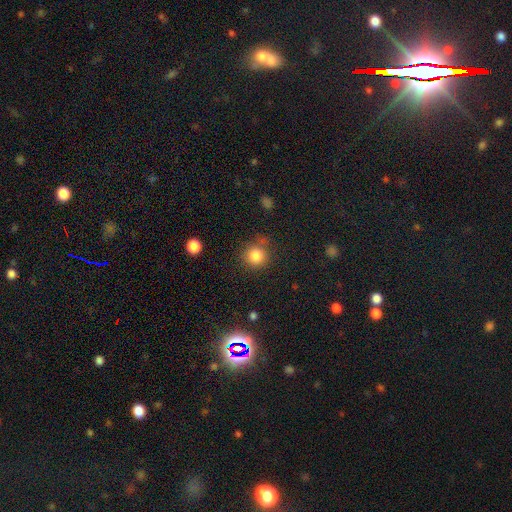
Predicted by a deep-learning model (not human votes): The model was most divided on "merging": none: 80%, minor disturbance: 12%, major disturbance: 4%, merger: 4%. More confident: how rounded — round (92%); smooth or featured — smooth (83%).